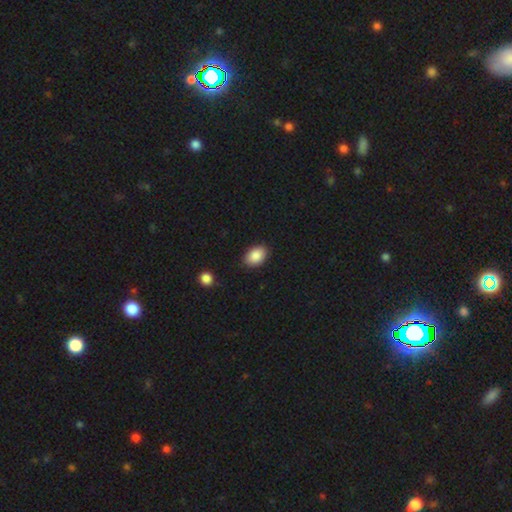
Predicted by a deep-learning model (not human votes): Smooth or featured: smooth — 88% (star or artifact — 7%)
How rounded: in between — 85% (round — 14%)
Merging: none — 86% (minor disturbance — 10%)